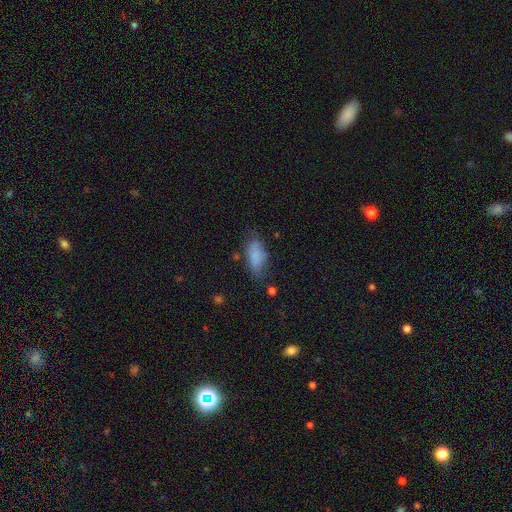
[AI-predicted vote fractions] Smooth or featured? smooth (81%)
How rounded? in between (84%)
Merging? none (62%)